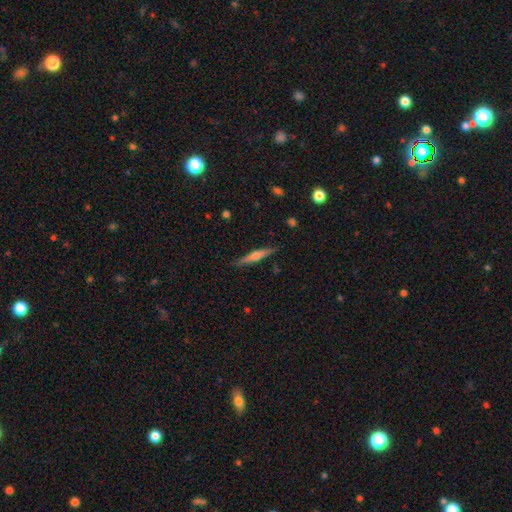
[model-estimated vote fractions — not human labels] A featured or disk galaxy (57%) viewed edge-on (97%) with a rounded central bulge (80%).

Vote fractions:
- Smooth or featured? featured or disk: 57% / smooth: 37% / star or artifact: 6%
- Edge-on disk? yes: 97% / no: 3%
- Edge-on bulge? rounded: 80% / none: 12% / boxy: 8%
- Merging? none: 88% / minor disturbance: 9% / major disturbance: 2% / merger: 1%